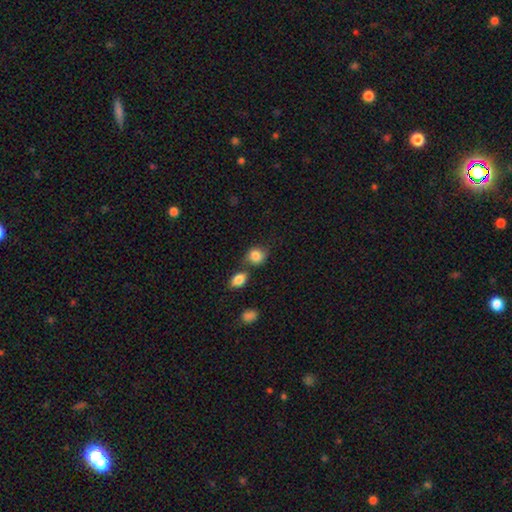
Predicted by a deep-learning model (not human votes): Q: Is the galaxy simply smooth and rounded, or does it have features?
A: smooth — 83%.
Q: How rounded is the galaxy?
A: round — 66%.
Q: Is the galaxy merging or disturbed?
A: none — 53%.